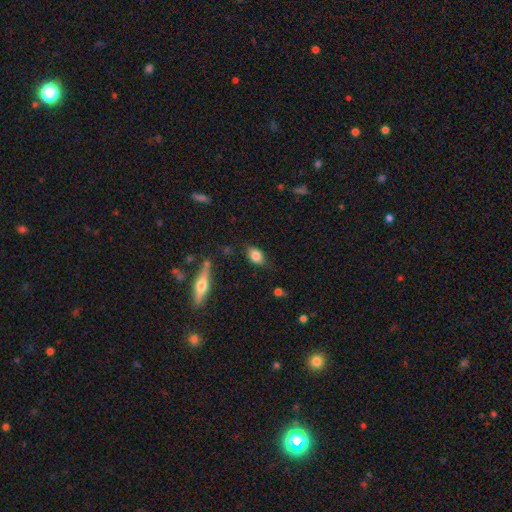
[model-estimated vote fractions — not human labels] Q: Smooth or featured?
A: smooth (79%); runner-up: featured or disk (13%)
Q: How rounded?
A: in between (84%); runner-up: round (12%)
Q: Merging?
A: none (77%); runner-up: minor disturbance (16%)